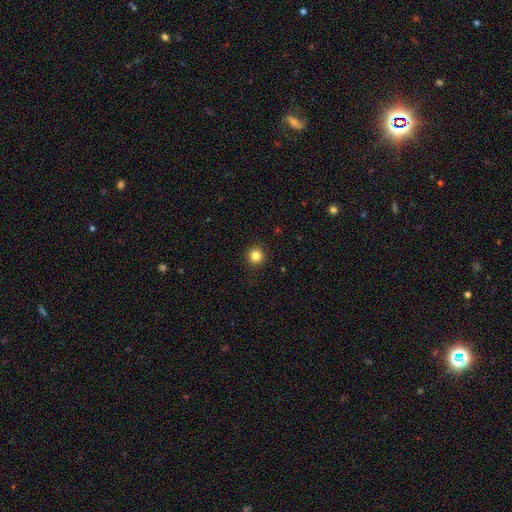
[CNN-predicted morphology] A smooth galaxy with no disk features (84%) that is round (95%). Merging: none (92%).